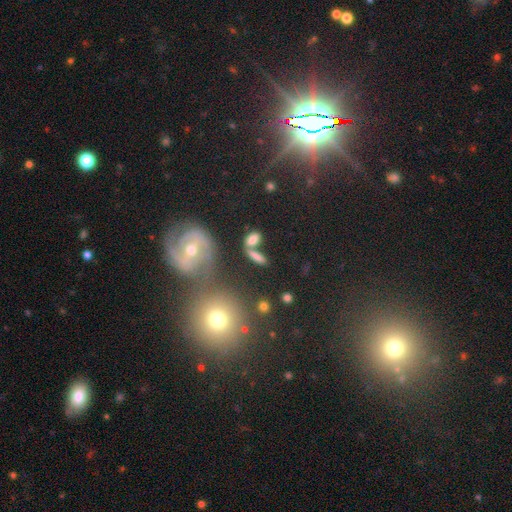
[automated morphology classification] type=smooth (74%); roundness=in between (61%); merging=none (50%).